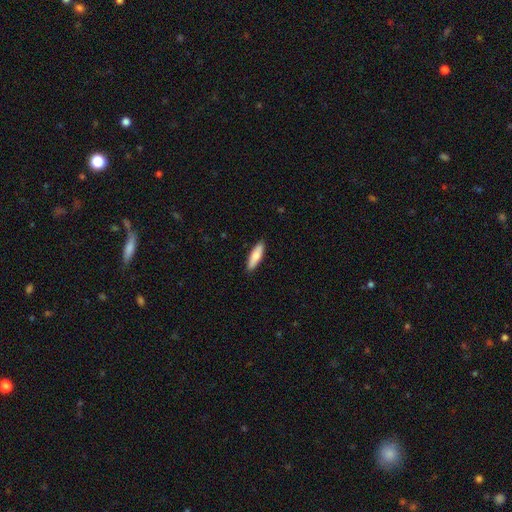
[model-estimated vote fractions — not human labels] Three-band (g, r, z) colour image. It shows a smooth galaxy with no disk features (73%) that is cigar-shaped (62%). Merging: none (90%).